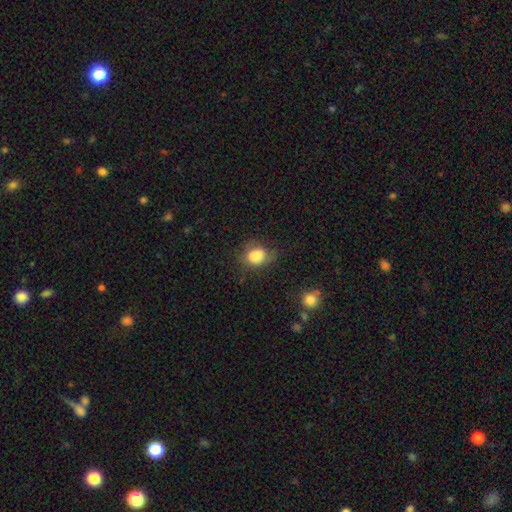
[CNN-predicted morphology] smooth-or-featured: smooth: 82% | star or artifact: 10% | featured or disk: 8%
  how-rounded: in between: 64% | round: 34% | cigar-shaped: 1%
  merging: none: 57% | minor disturbance: 28% | major disturbance: 12% | merger: 3%